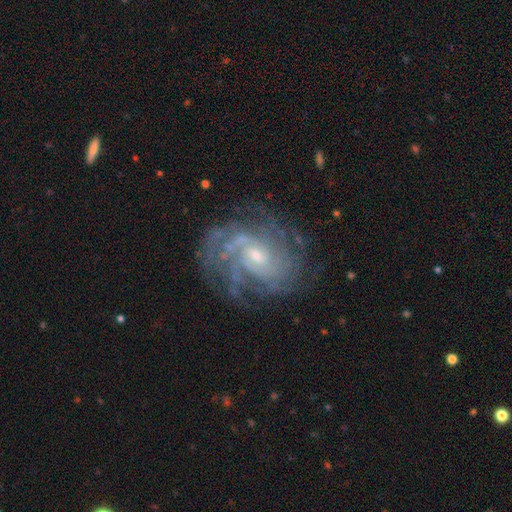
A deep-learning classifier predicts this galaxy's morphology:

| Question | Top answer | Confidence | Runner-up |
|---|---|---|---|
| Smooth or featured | featured or disk | 86% | star or artifact (8%) |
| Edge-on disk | no | 97% | yes (3%) |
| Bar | no | 52% | weak (40%) |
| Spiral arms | yes | 95% | no (5%) |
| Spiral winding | tight | 61% | medium (31%) |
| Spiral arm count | can't tell | 35% | 4 (17%) |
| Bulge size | small | 63% | moderate (32%) |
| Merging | none | 71% | minor disturbance (17%) |